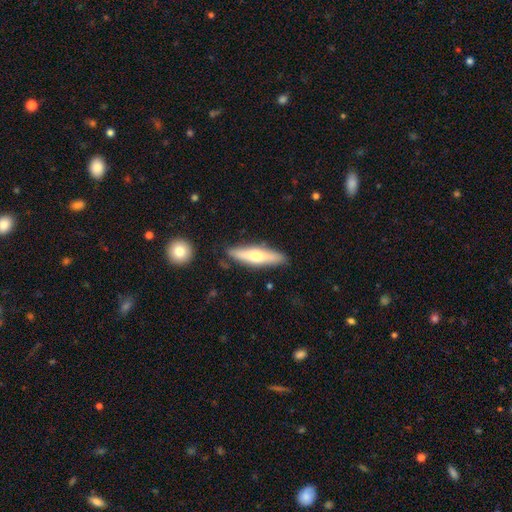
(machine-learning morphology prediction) A smooth galaxy with no disk features (50%) that is cigar-shaped (75%). Merging: none (84%).